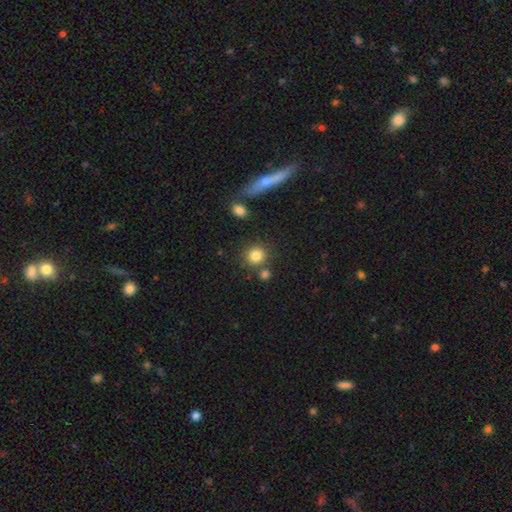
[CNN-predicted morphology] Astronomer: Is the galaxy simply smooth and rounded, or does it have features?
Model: smooth — 82%.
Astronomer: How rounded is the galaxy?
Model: round — 86%.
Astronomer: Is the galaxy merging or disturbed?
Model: none — 75%.